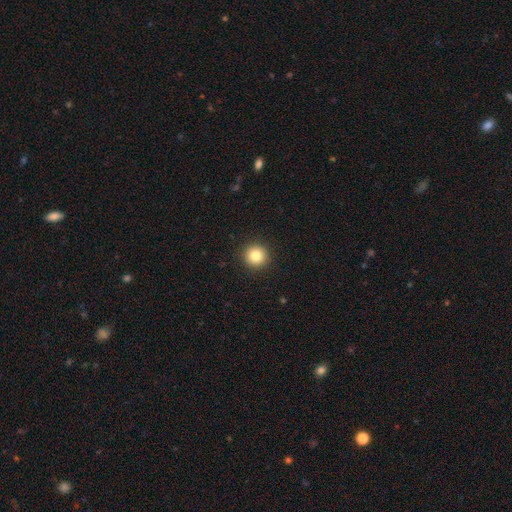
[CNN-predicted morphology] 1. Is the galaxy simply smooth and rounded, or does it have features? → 82% smooth, 11% star or artifact, 7% featured or disk.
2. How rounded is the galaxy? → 95% round, 4% in between, 1% cigar-shaped.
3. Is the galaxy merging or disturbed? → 93% none, 4% minor disturbance, 2% major disturbance, 1% merger.